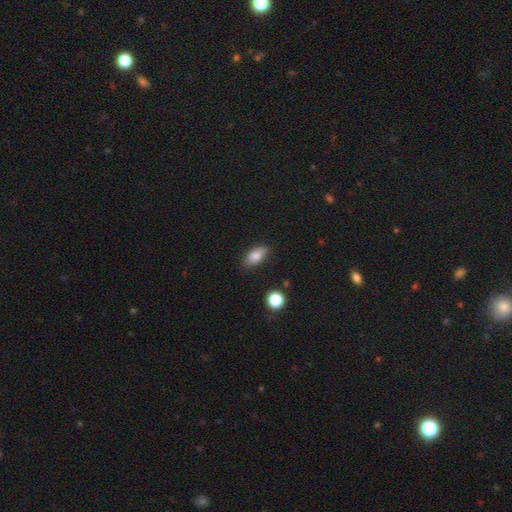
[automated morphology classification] Q: Smooth or featured?
A: smooth (83%); runner-up: star or artifact (8%)
Q: How rounded?
A: in between (89%); runner-up: cigar-shaped (6%)
Q: Merging?
A: none (80%); runner-up: minor disturbance (15%)